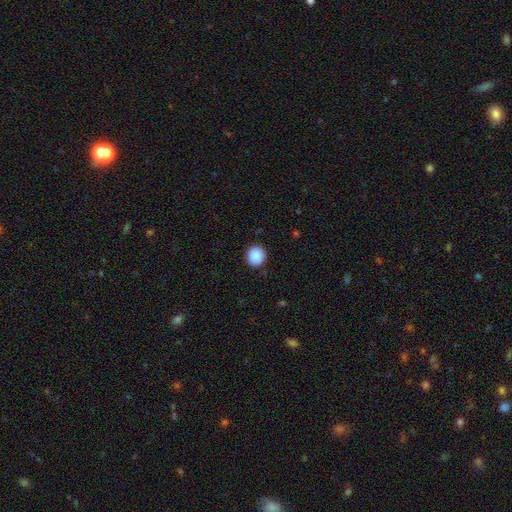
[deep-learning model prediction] The model was most divided on "how rounded": round: 87%, in between: 12%, cigar-shaped: 1%. More confident: smooth or featured — smooth (89%); merging — none (89%).